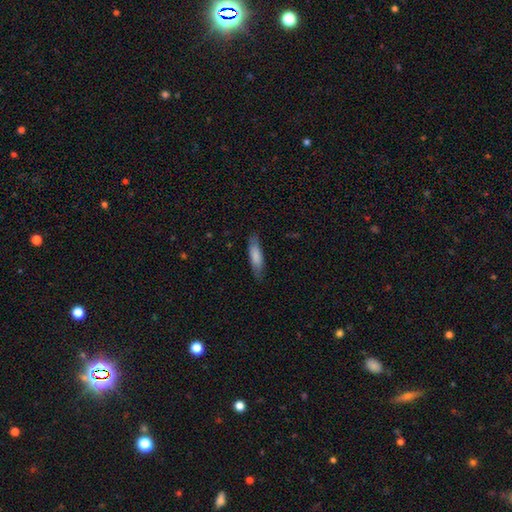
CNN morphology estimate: smooth 79%, featured or disk 16%, star or artifact 5%. Down the decision tree: how rounded — cigar-shaped (61%); merging — none (82%).